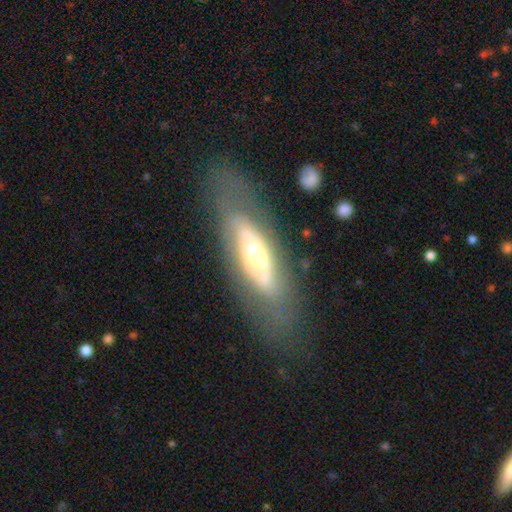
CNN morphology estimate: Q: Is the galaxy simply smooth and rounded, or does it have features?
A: featured or disk — 62%.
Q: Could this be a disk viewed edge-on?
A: no — 73%.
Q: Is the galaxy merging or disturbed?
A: none — 75%.